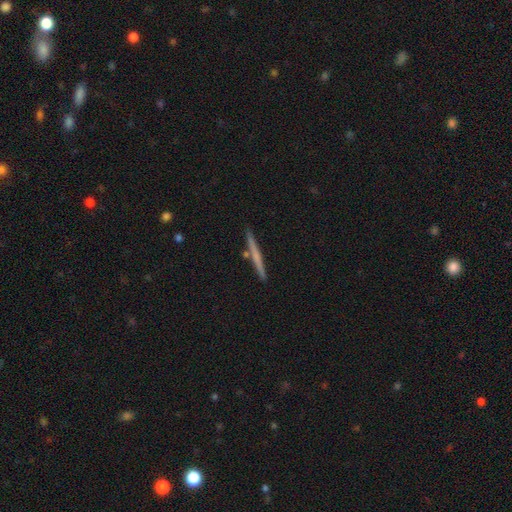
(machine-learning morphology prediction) Smooth or featured?
  - featured or disk: 50% *
  - smooth: 45%
  - star or artifact: 6%
Merging?
  - none: 87% *
  - minor disturbance: 7%
  - merger: 4%
  - major disturbance: 2%